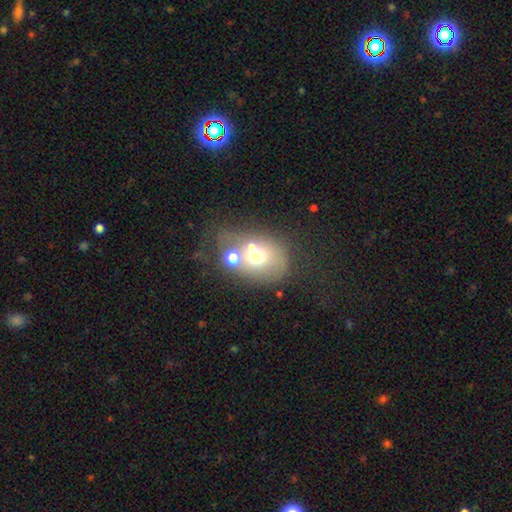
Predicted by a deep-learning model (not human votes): A smooth galaxy with no disk features (57%) that is in between round and cigar-shaped (52%).

Vote fractions:
- Smooth or featured? smooth: 57% / featured or disk: 27% / star or artifact: 15%
- How rounded? in between: 52% / round: 47% / cigar-shaped: 1%
- Merging? none: 40% / merger: 36% / minor disturbance: 13% / major disturbance: 11%